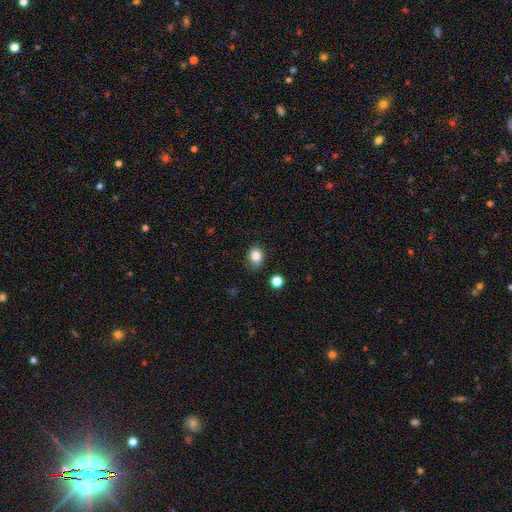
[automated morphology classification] This appears to be a smooth galaxy with no disk features (85%) that is round (50%). Merging: none (64%).